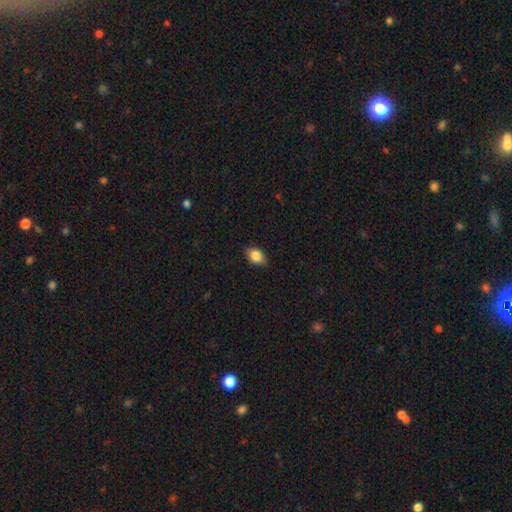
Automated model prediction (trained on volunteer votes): Q: Smooth or featured?
A: smooth (86%); runner-up: star or artifact (8%)
Q: How rounded?
A: in between (78%); runner-up: round (21%)
Q: Merging?
A: none (84%); runner-up: minor disturbance (12%)